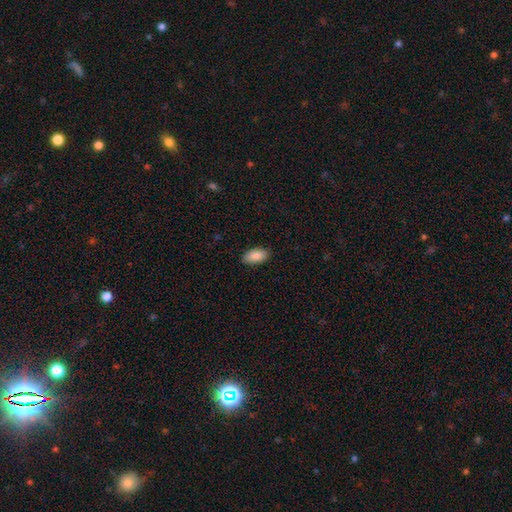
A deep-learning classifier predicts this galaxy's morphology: A smooth galaxy with no disk features (89%) that is in between round and cigar-shaped (94%). Merging: none (87%).